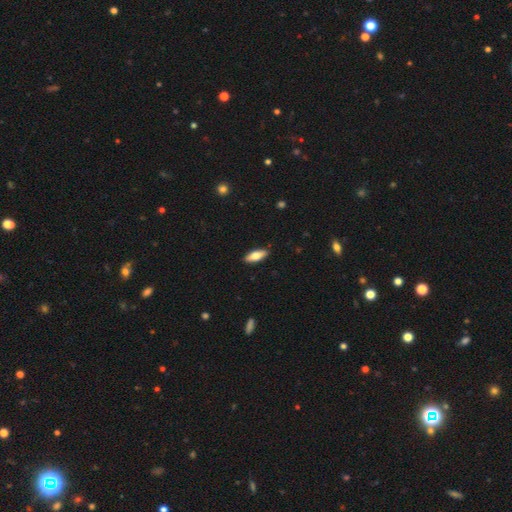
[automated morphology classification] Overall: smooth (71%). How rounded: in between (70%). Merging: none (90%).